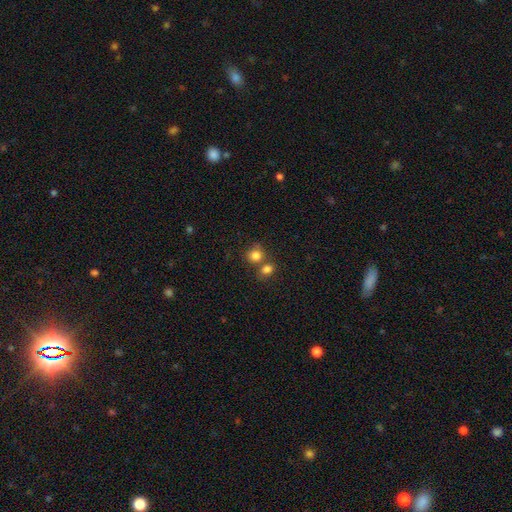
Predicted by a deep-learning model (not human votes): Smooth or featured?
  - smooth: 82% *
  - star or artifact: 11%
  - featured or disk: 7%
How rounded?
  - round: 78% *
  - in between: 21%
  - cigar-shaped: 1%
Merging?
  - none: 51% *
  - merger: 36%
  - minor disturbance: 9%
  - major disturbance: 4%